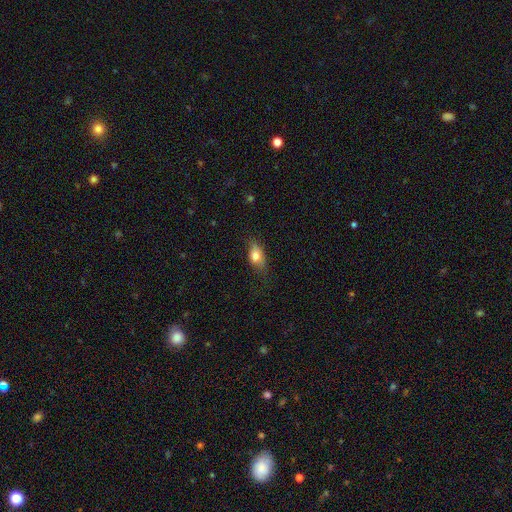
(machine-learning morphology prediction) The model was most divided on "merging": none: 60%, minor disturbance: 28%, major disturbance: 10%, merger: 1%. More confident: how rounded — in between (82%); smooth or featured — smooth (73%).